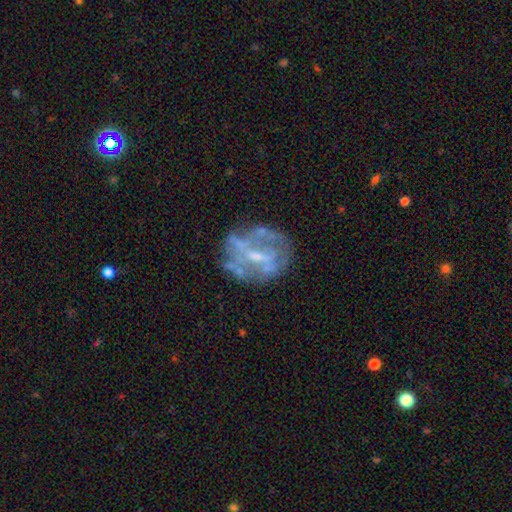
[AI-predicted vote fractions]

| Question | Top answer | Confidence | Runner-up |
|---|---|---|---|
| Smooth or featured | featured or disk | 72% | smooth (17%) |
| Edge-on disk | no | 97% | yes (3%) |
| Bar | no | 44% | weak (39%) |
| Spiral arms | no | 67% | yes (33%) |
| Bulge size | small | 47% | moderate (31%) |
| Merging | none | 59% | minor disturbance (19%) |